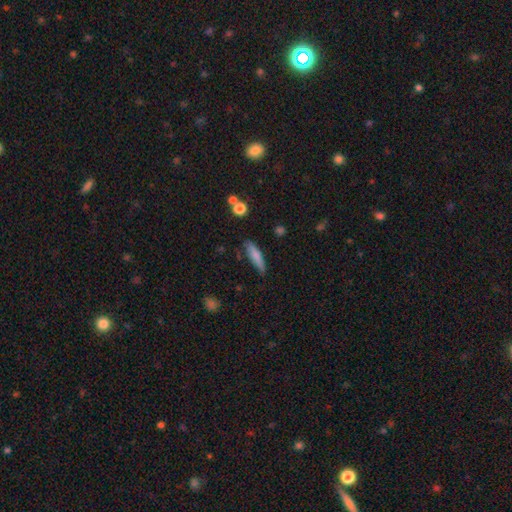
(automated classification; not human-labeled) Morphology: type=smooth (76%); roundness=cigar-shaped (76%); merging=none (76%).